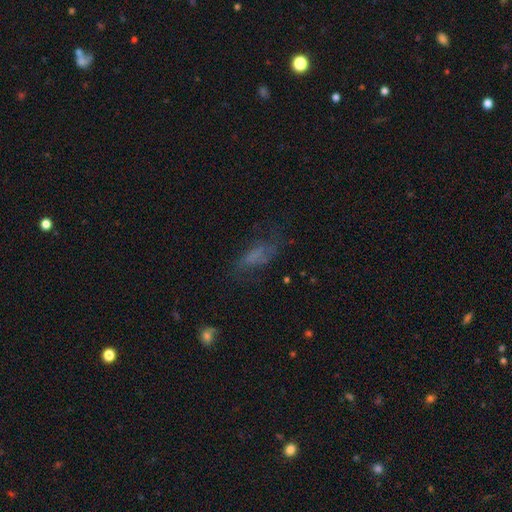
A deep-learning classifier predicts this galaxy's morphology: Smooth or featured?
  - smooth: 52% *
  - featured or disk: 29%
  - star or artifact: 19%
How rounded?
  - in between: 64% *
  - cigar-shaped: 31%
  - round: 4%
Merging?
  - none: 53% *
  - minor disturbance: 23%
  - major disturbance: 22%
  - merger: 2%